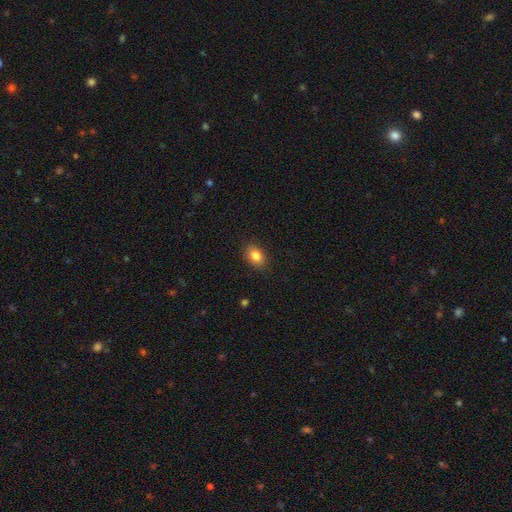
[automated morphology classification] This is clearly a smooth galaxy (84%). How rounded: likely in between (75%). Merging: clearly none (87%).